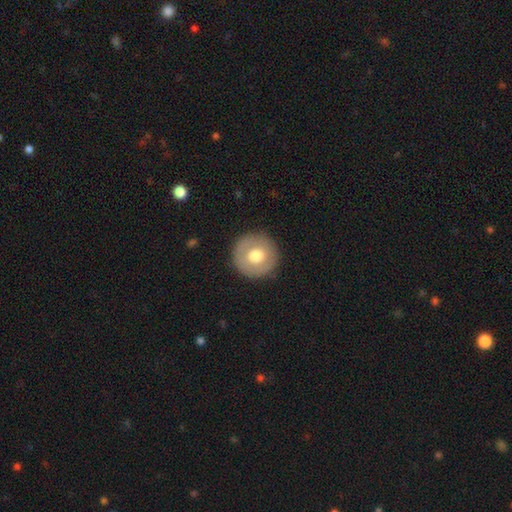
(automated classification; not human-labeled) This is likely a smooth galaxy (64%). How rounded: clearly round (95%). Merging: clearly none (89%).